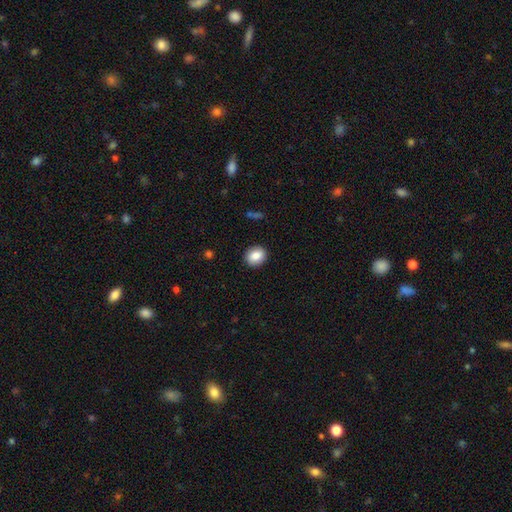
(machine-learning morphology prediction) A smooth galaxy with no disk features (86%) that is round (71%).

Vote fractions:
- Smooth or featured? smooth: 86% / star or artifact: 8% / featured or disk: 6%
- How rounded? round: 71% / in between: 28% / cigar-shaped: 1%
- Merging? none: 90% / minor disturbance: 7% / major disturbance: 2% / merger: 1%